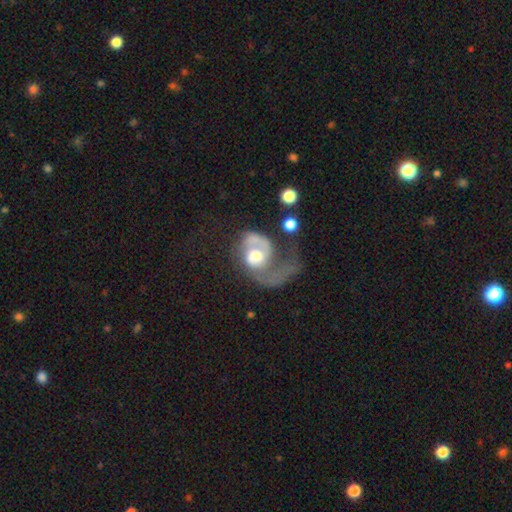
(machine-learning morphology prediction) smooth-or-featured: featured or disk: 73% | smooth: 21% | star or artifact: 6%
  disk-edge-on: no: 98% | yes: 2%
    bar: no: 66% | weak: 28% | strong: 6%
    has-spiral-arms: yes: 88% | no: 12%
      spiral-winding: loose: 48% | medium: 35% | tight: 17%
      spiral-arm-count: 1: 69% | 2: 22% | can't tell: 5% | 3: 1% | 4: 1% | more than 4: 1%
    bulge-size: moderate: 51% | large: 30% | small: 11% | dominant: 4% | none: 4%
  merging: major disturbance: 59% | none: 20% | minor disturbance: 12% | merger: 9%